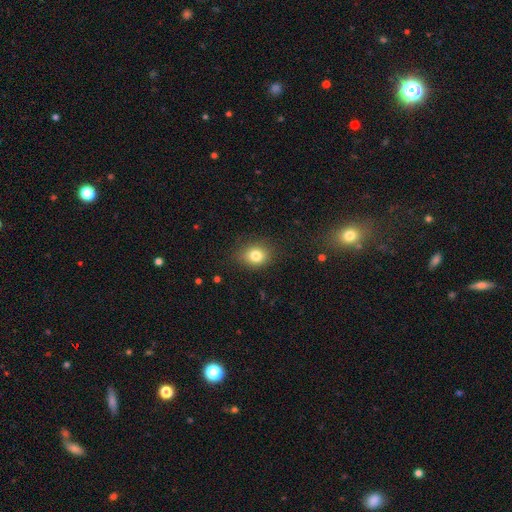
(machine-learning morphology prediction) smooth 81%, star or artifact 11%, featured or disk 8%. Down the decision tree: how rounded — round (57%); merging — none (81%).